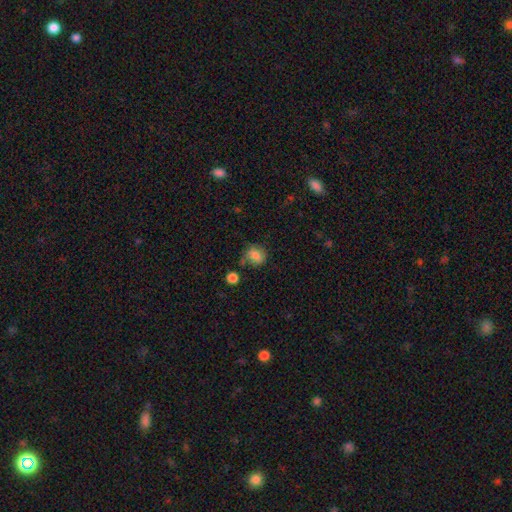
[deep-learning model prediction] The model was most divided on "how rounded": round: 70%, in between: 29%, cigar-shaped: 1%. More confident: smooth or featured — smooth (81%); merging — none (64%).